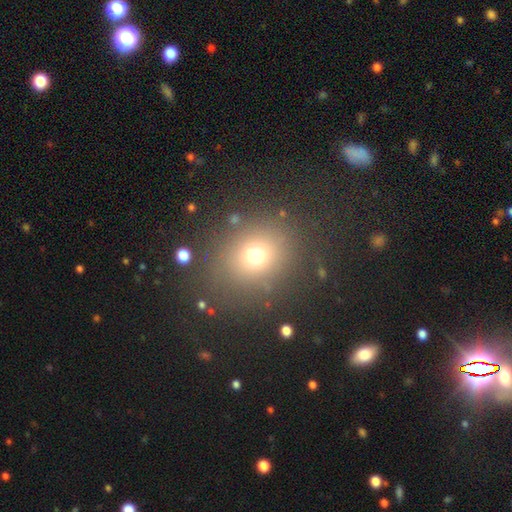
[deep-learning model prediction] smooth-or-featured: smooth: 68% | star or artifact: 20% | featured or disk: 11%
  how-rounded: round: 74% | in between: 24% | cigar-shaped: 1%
  merging: none: 78% | minor disturbance: 11% | major disturbance: 7% | merger: 4%